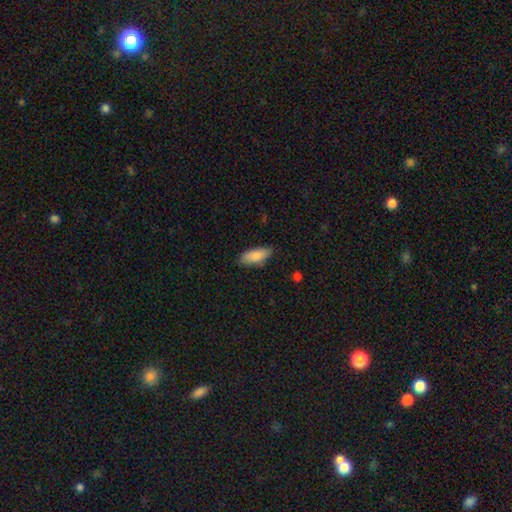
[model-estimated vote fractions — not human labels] Q: Smooth or featured?
A: smooth (87%); runner-up: featured or disk (7%)
Q: How rounded?
A: in between (75%); runner-up: cigar-shaped (24%)
Q: Merging?
A: none (81%); runner-up: minor disturbance (15%)